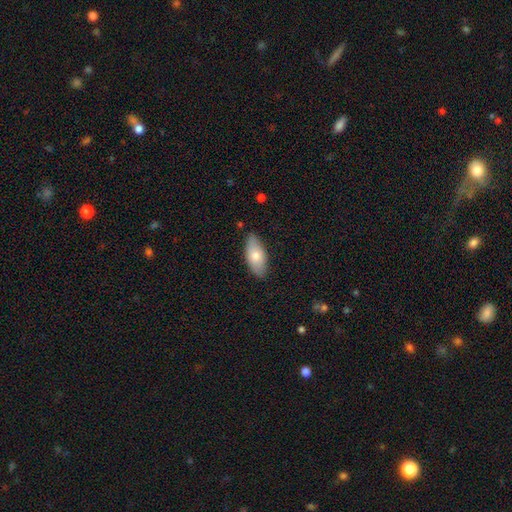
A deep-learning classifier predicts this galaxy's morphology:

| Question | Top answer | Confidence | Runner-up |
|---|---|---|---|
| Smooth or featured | smooth | 72% | featured or disk (22%) |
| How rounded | in between | 87% | cigar-shaped (10%) |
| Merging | none | 83% | minor disturbance (13%) |